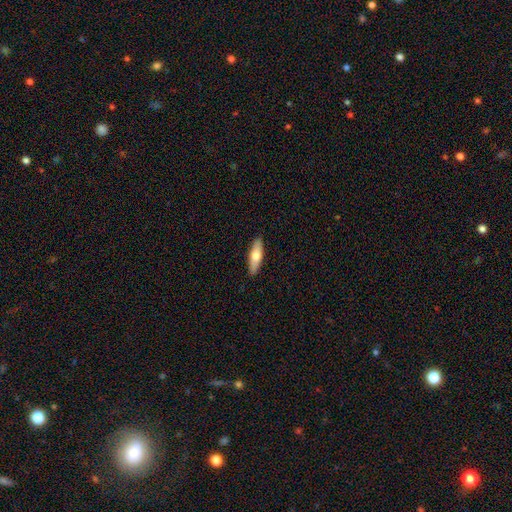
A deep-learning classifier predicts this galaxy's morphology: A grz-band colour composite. It shows a smooth galaxy with no disk features (67%) that is cigar-shaped (55%). Merging: none (90%).